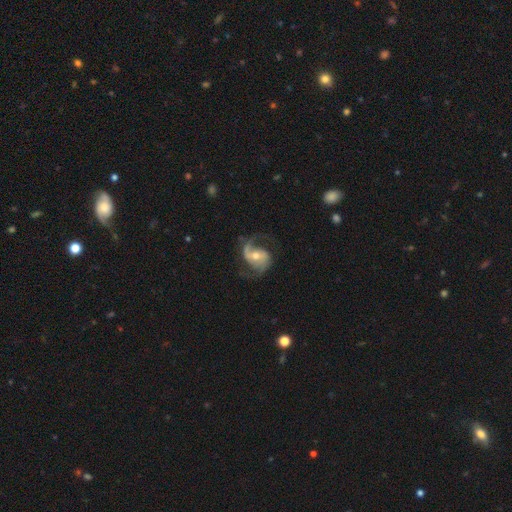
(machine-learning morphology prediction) Smooth or featured? Predicted: featured or disk (p=0.87). Edge-on disk? Predicted: no (p=0.97). Bar? Predicted: weak (p=0.42). Spiral arms? Predicted: yes (p=0.96). Spiral winding? Predicted: medium (p=0.47). Spiral arm count? Predicted: 2 (p=0.86). Bulge size? Predicted: moderate (p=0.63). Merging? Predicted: none (p=0.68).